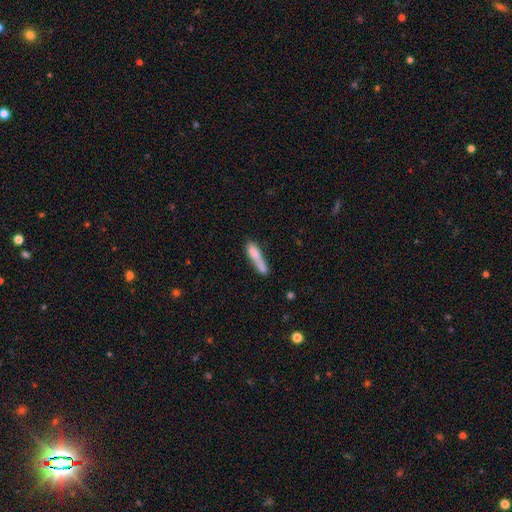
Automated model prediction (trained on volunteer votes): smooth-or-featured: smooth: 72% | featured or disk: 20% | star or artifact: 8%
  how-rounded: cigar-shaped: 80% | in between: 18% | round: 2%
  merging: none: 39% | merger: 29% | minor disturbance: 21% | major disturbance: 11%